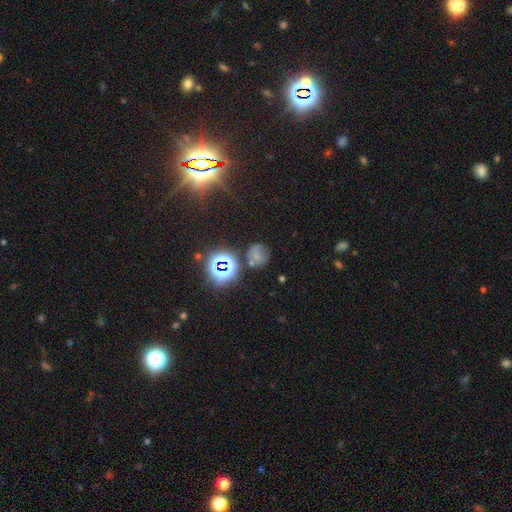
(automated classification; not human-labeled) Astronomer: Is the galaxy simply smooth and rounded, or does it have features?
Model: smooth — 50% (runner-up: star or artifact, 31%).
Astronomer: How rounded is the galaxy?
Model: round — 80%.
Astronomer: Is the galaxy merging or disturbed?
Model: none — 62%.